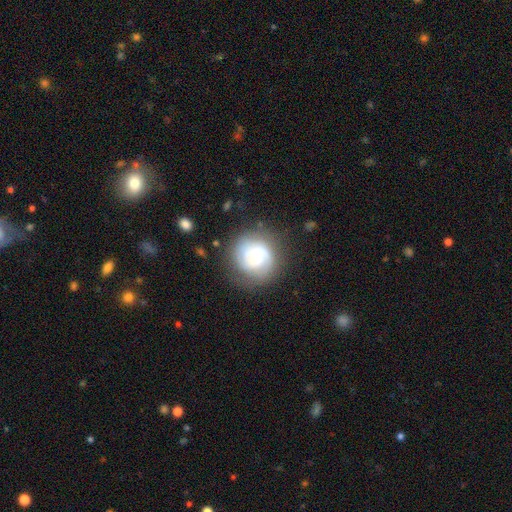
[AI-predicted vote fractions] Morphology: type=featured or disk (69%); edge-on=no (98%); bar=no (71%); spiral arms=yes (89%); winding=tight (60%); arm count=2 (50%); bulge=moderate (51%); merging=none (79%).